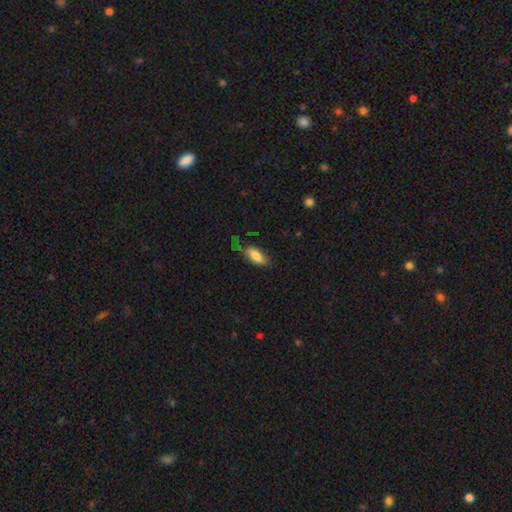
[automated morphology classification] type=smooth (80%); roundness=in between (82%); merging=none (45%).